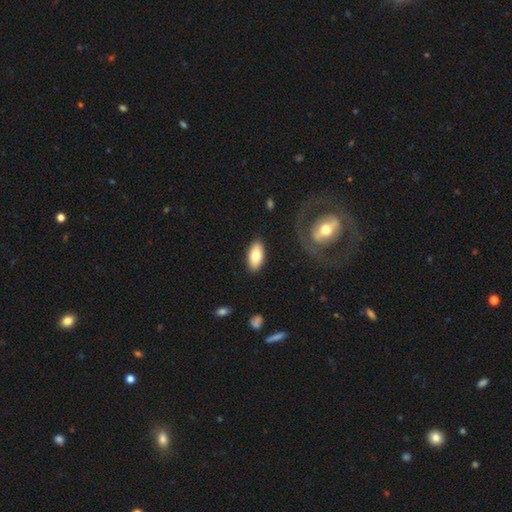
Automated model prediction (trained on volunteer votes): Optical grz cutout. It shows a smooth galaxy with no disk features (75%) that is in between round and cigar-shaped (91%). Merging: none (87%).